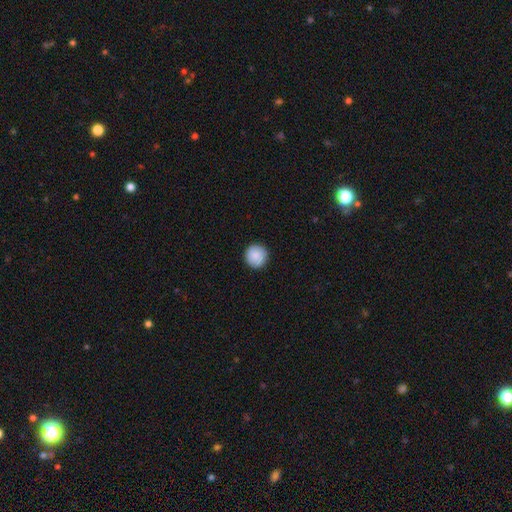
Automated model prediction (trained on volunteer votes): The model was most divided on "smooth or featured": smooth: 87%, star or artifact: 7%, featured or disk: 6%. More confident: how rounded — round (95%); merging — none (91%).